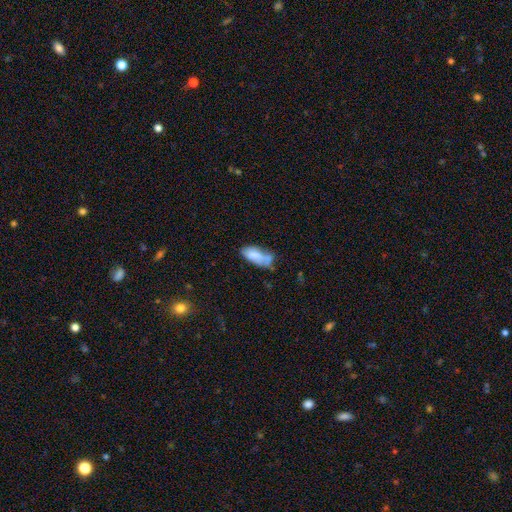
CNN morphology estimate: Smooth or featured? Predicted: smooth (p=0.71). How rounded? Predicted: in between (p=0.83). Merging? Predicted: none (p=0.34).